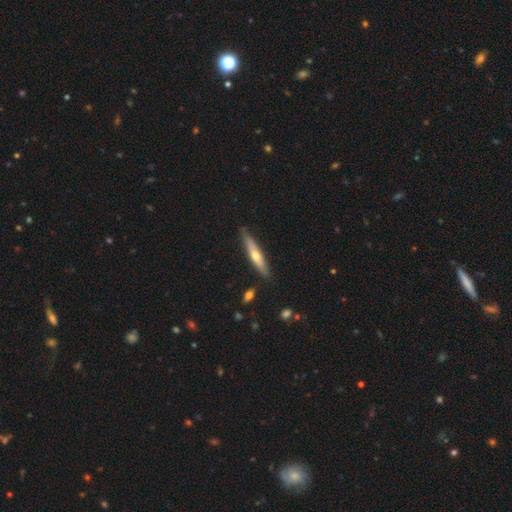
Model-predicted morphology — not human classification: The model was most divided on "smooth or featured": featured or disk: 52%, smooth: 42%, star or artifact: 6%. More confident: edge-on disk — yes (91%); merging — none (83%).